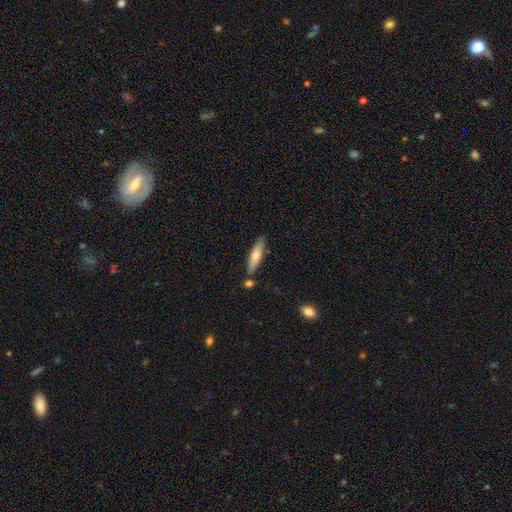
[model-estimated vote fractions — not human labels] The model was most divided on "smooth or featured": smooth: 65%, featured or disk: 29%, star or artifact: 6%. More confident: merging — none (79%); how rounded — cigar-shaped (78%).